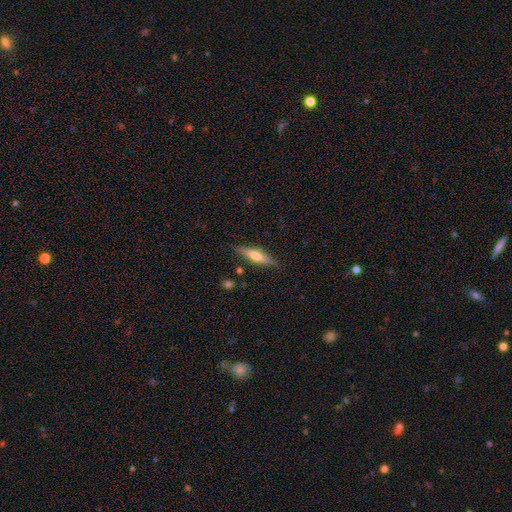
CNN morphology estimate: Overall: featured or disk (51%; smooth 43%). Edge-on disk: yes (93%). Merging: none (84%).